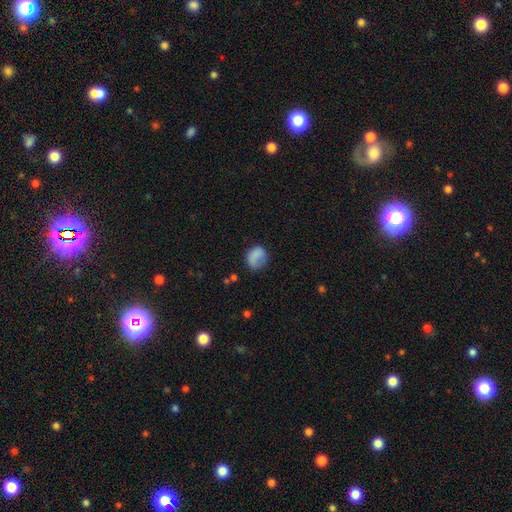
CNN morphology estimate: This is likely a smooth galaxy (79%). How rounded: likely round (66%). Merging: possibly none (56%).